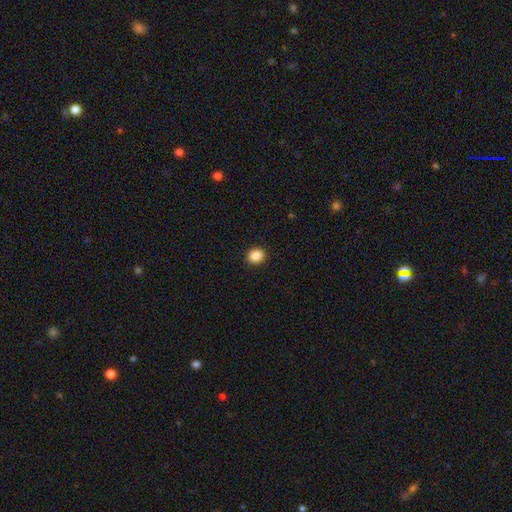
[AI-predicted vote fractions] A smooth galaxy with no disk features (87%) that is round (68%). Merging: none (92%).